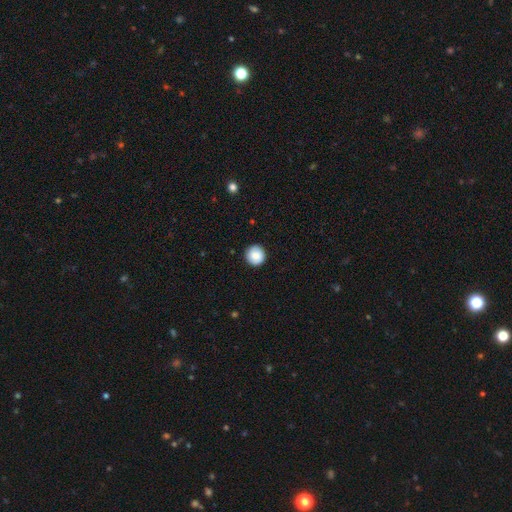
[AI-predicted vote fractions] This appears to be a smooth galaxy with no disk features (85%) that is round (95%). Merging: none (91%).